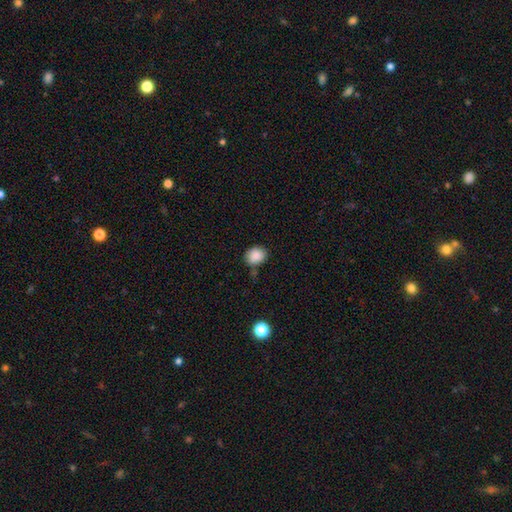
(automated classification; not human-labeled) Smooth or featured? Predicted: smooth (p=0.88). How rounded? Predicted: round (p=0.60). Merging? Predicted: none (p=0.71).